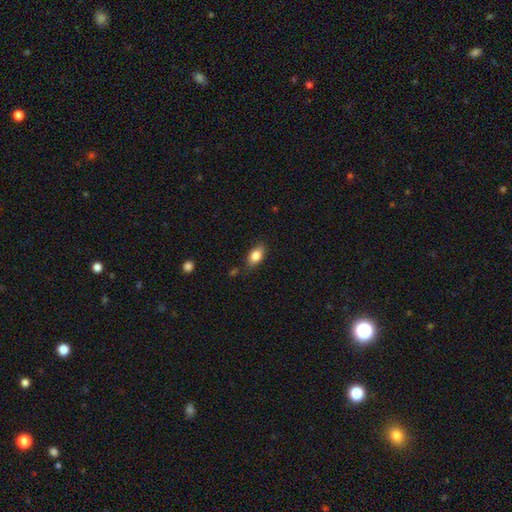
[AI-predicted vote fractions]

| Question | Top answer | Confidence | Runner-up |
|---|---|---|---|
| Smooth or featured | smooth | 83% | featured or disk (10%) |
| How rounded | in between | 87% | round (9%) |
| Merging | none | 77% | minor disturbance (17%) |